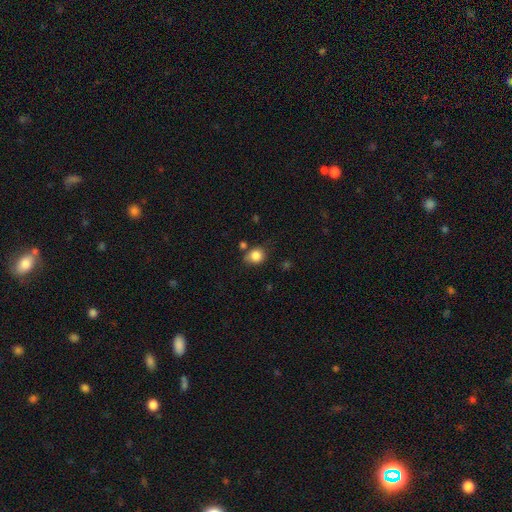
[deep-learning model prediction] Q: Smooth or featured?
A: smooth (84%); runner-up: star or artifact (10%)
Q: How rounded?
A: round (69%); runner-up: in between (30%)
Q: Merging?
A: none (67%); runner-up: minor disturbance (20%)